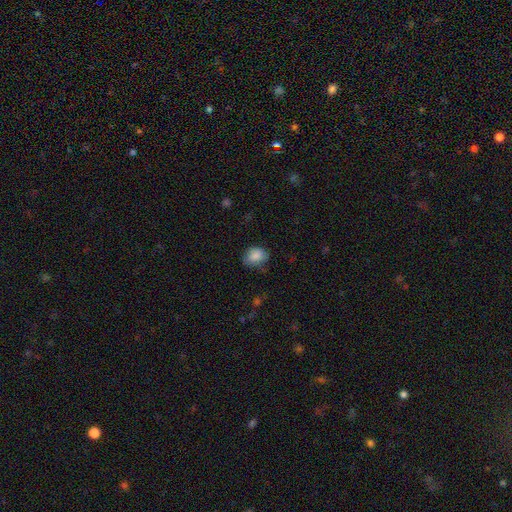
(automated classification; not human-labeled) Smooth or featured? smooth (85%)
How rounded? in between (58%)
Merging? none (65%)